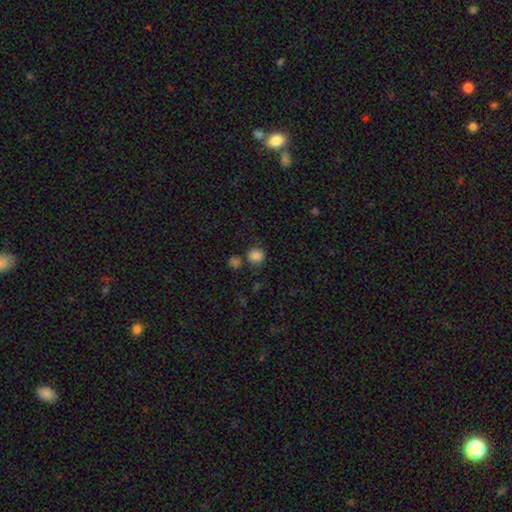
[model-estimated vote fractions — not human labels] Overall: smooth (83%). How rounded: round (81%). Merging: none (71%).